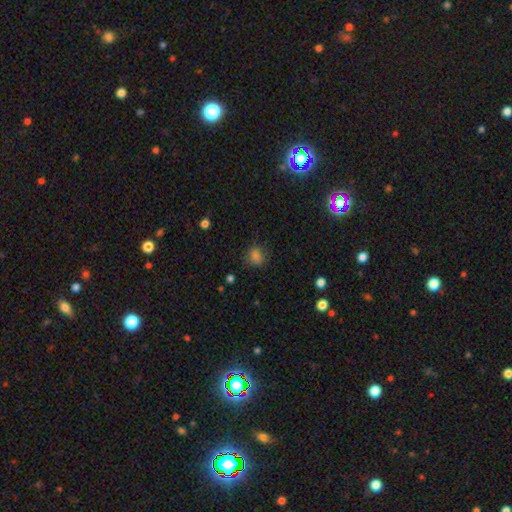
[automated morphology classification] type=smooth (76%); roundness=round (62%); merging=none (77%).